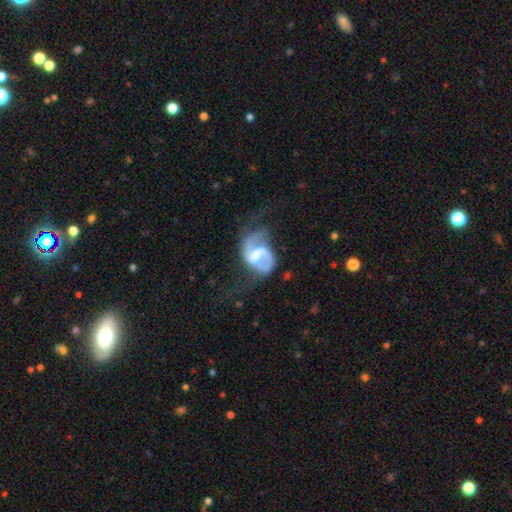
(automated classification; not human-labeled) smooth_or_featured: featured or disk (p=0.79) [alt: smooth p=0.15]
disk_edge_on: no (p=0.98) [alt: yes p=0.02]
bar: weak (p=0.52) [alt: no p=0.30]
has_spiral_arms: yes (p=0.89) [alt: no p=0.11]
spiral_winding: loose (p=0.44) [alt: medium p=0.43]
spiral_arm_count: 2 (p=0.72) [alt: 1 p=0.17]
bulge_size: moderate (p=0.39) [alt: small p=0.25]
merging: major disturbance (p=0.42) [alt: none p=0.32]